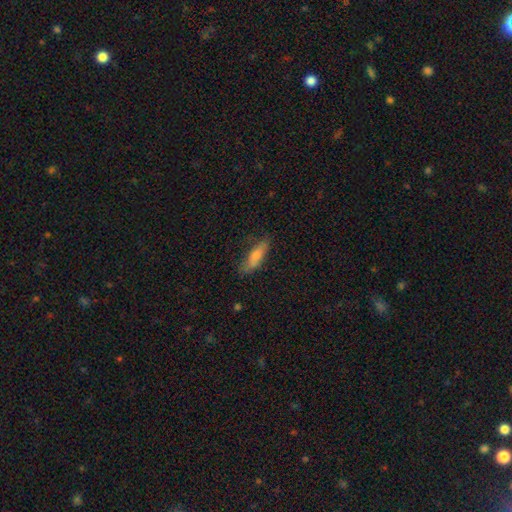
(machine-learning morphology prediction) smooth 66%, featured or disk 27%, star or artifact 7%. Down the decision tree: how rounded — cigar-shaped (64%); merging — none (76%).